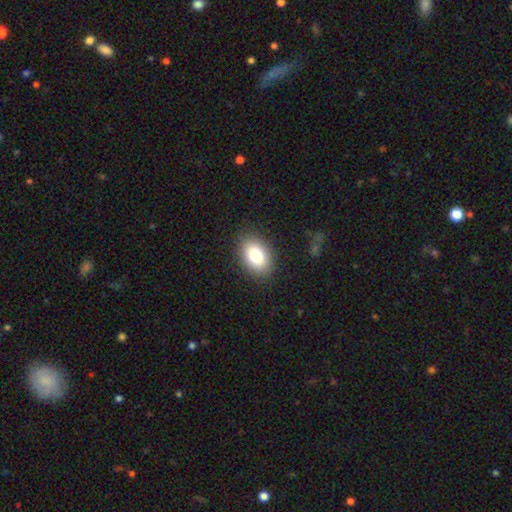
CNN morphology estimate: Smooth or featured? smooth (82%)
How rounded? in between (84%)
Merging? none (87%)